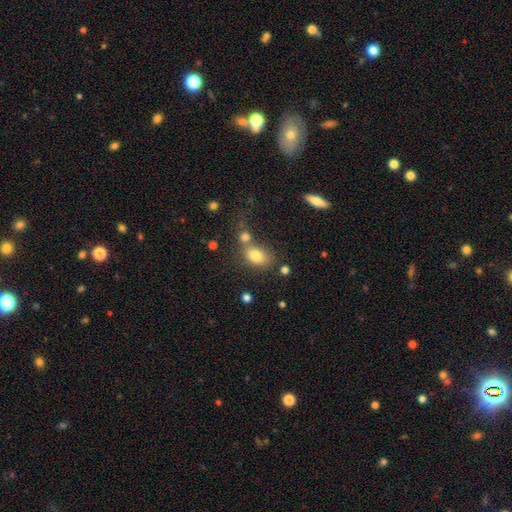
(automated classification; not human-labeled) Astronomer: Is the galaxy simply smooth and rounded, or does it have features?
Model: smooth — 78%.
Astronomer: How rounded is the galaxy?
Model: in between — 78%.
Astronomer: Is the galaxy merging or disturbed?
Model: none — 51% (runner-up: merger, 30%).